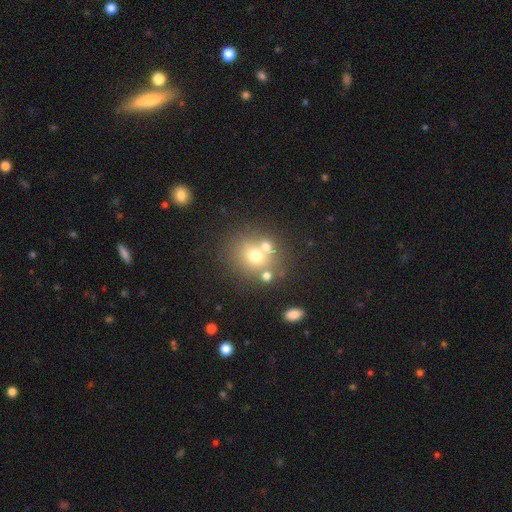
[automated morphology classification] Smooth or featured? smooth (64%)
How rounded? round (79%)
Merging? none (52%)